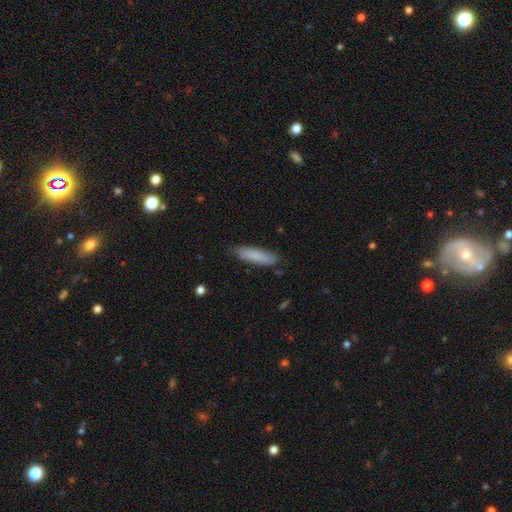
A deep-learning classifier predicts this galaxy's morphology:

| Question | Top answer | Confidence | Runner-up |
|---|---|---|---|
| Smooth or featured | smooth | 81% | featured or disk (13%) |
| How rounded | cigar-shaped | 75% | in between (23%) |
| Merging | none | 82% | minor disturbance (14%) |